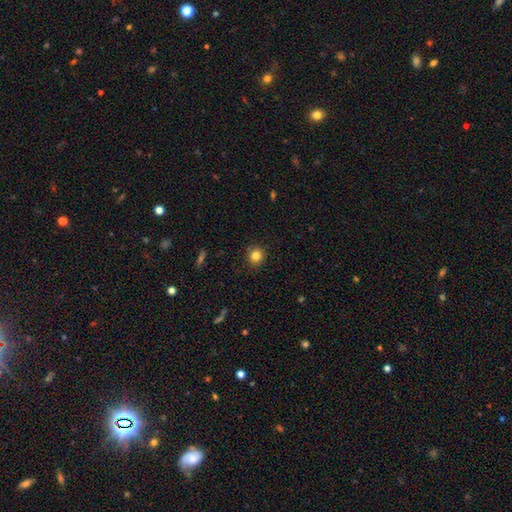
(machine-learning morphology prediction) smooth 82%, star or artifact 12%, featured or disk 6%. Down the decision tree: how rounded — round (91%); merging — none (90%).